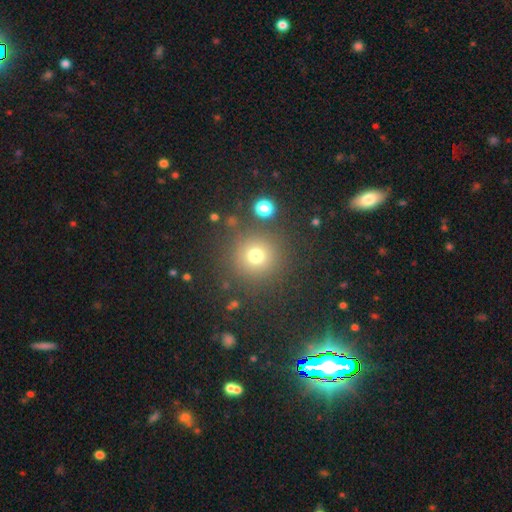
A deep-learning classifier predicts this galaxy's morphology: Smooth or featured? smooth (72%)
How rounded? round (95%)
Merging? none (85%)